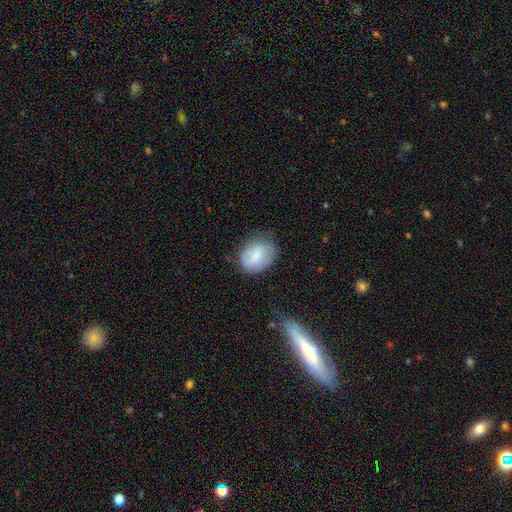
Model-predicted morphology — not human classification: Smooth or featured?
  - smooth: 75% *
  - featured or disk: 18%
  - star or artifact: 7%
How rounded?
  - in between: 61% *
  - round: 38%
  - cigar-shaped: 1%
Merging?
  - none: 65% *
  - minor disturbance: 26%
  - major disturbance: 8%
  - merger: 1%